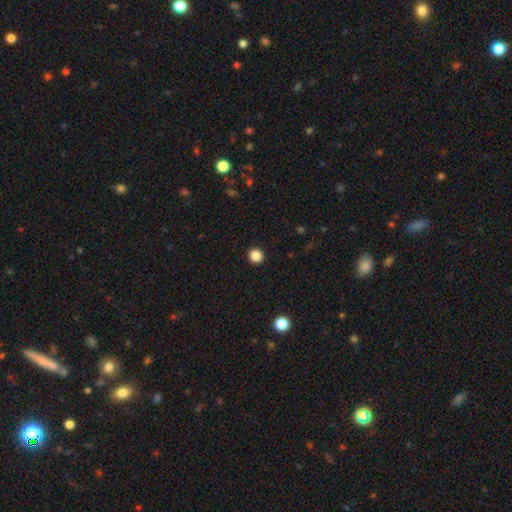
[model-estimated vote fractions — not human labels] This appears to be a smooth galaxy with no disk features (86%) that is round (94%). Merging: none (93%).